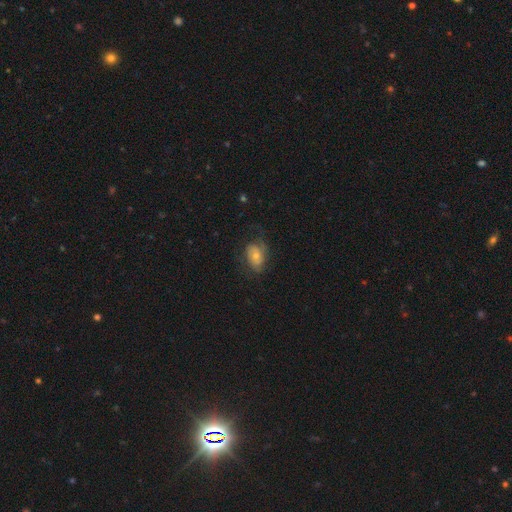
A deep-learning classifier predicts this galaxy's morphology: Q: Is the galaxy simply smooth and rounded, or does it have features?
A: featured or disk — 51%.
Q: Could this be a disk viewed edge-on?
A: no — 96%.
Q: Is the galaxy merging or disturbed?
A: none — 54%.